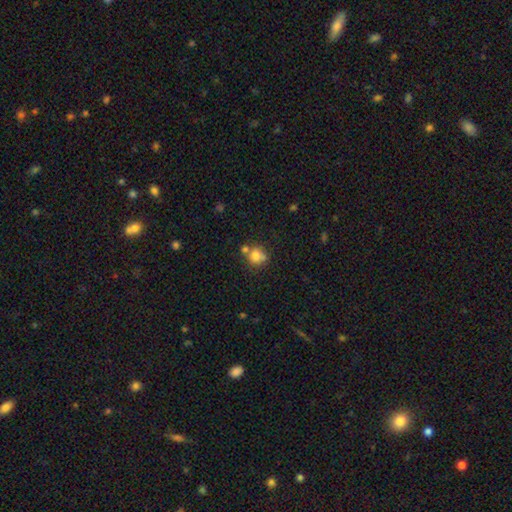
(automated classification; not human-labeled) Morphology: type=smooth (77%); roundness=round (83%); merging=none (56%).